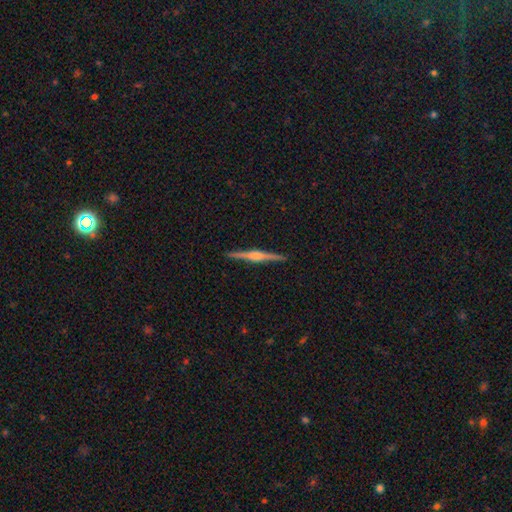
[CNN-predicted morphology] Smooth or featured?
  - featured or disk: 81% *
  - smooth: 14%
  - star or artifact: 5%
Edge-on disk?
  - yes: 99% *
  - no: 1%
Edge-on bulge?
  - rounded: 78% *
  - boxy: 16%
  - none: 6%
Merging?
  - none: 92% *
  - minor disturbance: 5%
  - major disturbance: 1%
  - merger: 1%